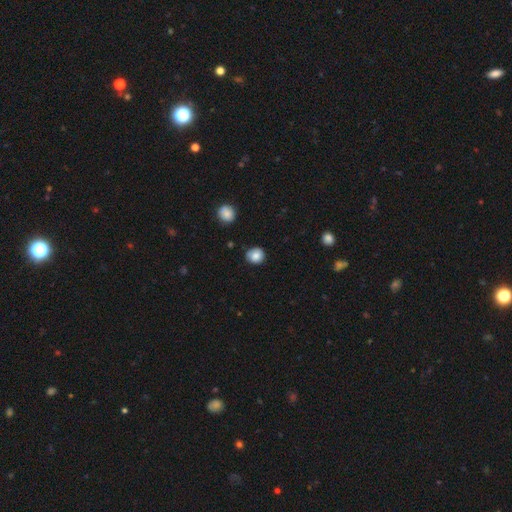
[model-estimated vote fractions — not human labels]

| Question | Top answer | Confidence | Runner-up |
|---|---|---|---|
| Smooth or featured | smooth | 83% | star or artifact (9%) |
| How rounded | round | 83% | in between (16%) |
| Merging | none | 77% | minor disturbance (18%) |